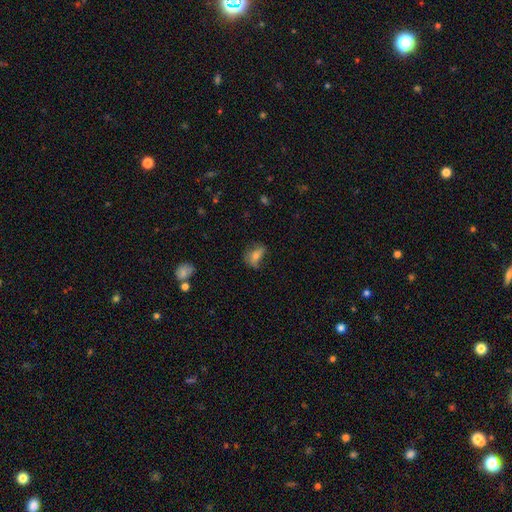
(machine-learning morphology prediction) smooth 58%, featured or disk 31%, star or artifact 11%. Down the decision tree: how rounded — in between (76%); merging — none (55%).